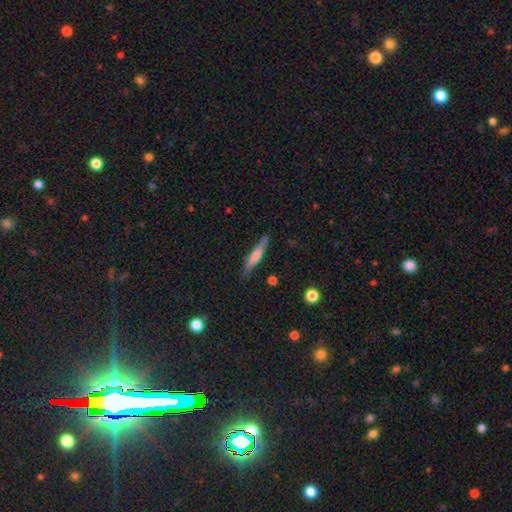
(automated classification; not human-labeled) smooth-or-featured: smooth: 57% | featured or disk: 36% | star or artifact: 6%
  how-rounded: cigar-shaped: 90% | in between: 9% | round: 2%
  merging: none: 80% | minor disturbance: 15% | major disturbance: 3% | merger: 2%